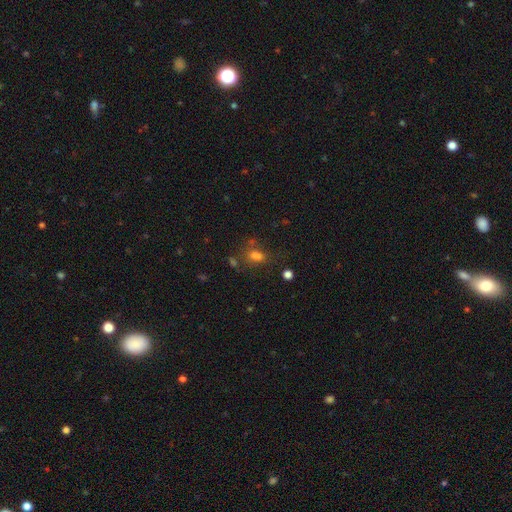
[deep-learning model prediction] Smooth or featured? Predicted: smooth (p=0.63). How rounded? Predicted: in between (p=0.67). Merging? Predicted: none (p=0.47).